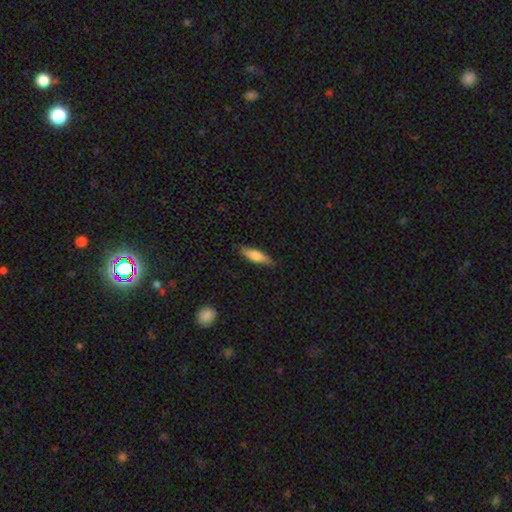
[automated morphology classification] Q: Smooth or featured?
A: smooth (68%); runner-up: featured or disk (26%)
Q: How rounded?
A: cigar-shaped (63%); runner-up: in between (35%)
Q: Merging?
A: none (84%); runner-up: minor disturbance (13%)